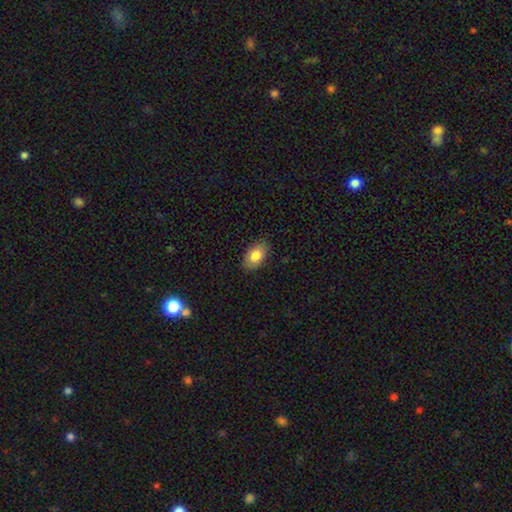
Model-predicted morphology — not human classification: This is clearly a smooth galaxy (82%). How rounded: clearly in between (92%). Merging: clearly none (88%).